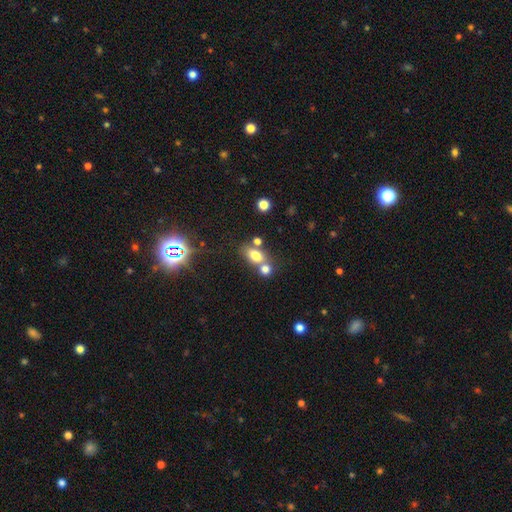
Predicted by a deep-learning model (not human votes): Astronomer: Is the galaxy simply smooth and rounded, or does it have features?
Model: smooth — 71%.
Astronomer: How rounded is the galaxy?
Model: in between — 71%.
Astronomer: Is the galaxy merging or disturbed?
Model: merger — 43% (runner-up: none, 42%).